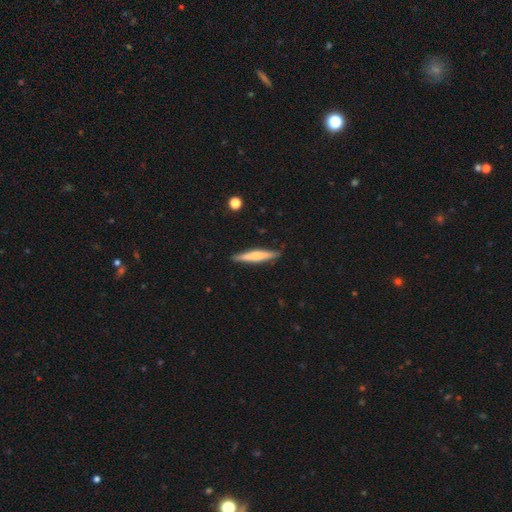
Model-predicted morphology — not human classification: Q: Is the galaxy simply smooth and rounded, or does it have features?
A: smooth — 51%.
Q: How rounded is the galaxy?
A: cigar-shaped — 92%.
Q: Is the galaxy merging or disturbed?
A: none — 88%.